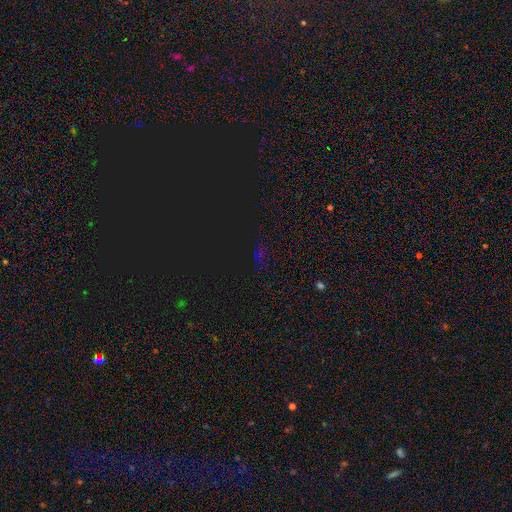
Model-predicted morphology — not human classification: Smooth or featured?
  - star or artifact: 73% *
  - smooth: 20%
  - featured or disk: 7%